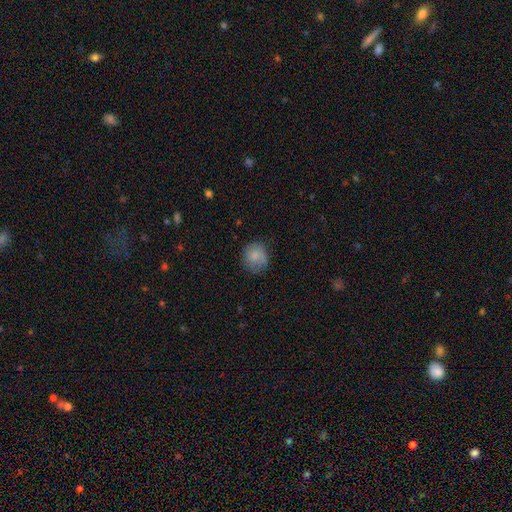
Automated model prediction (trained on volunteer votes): Morphology: type=smooth (75%); roundness=round (80%); merging=none (66%).